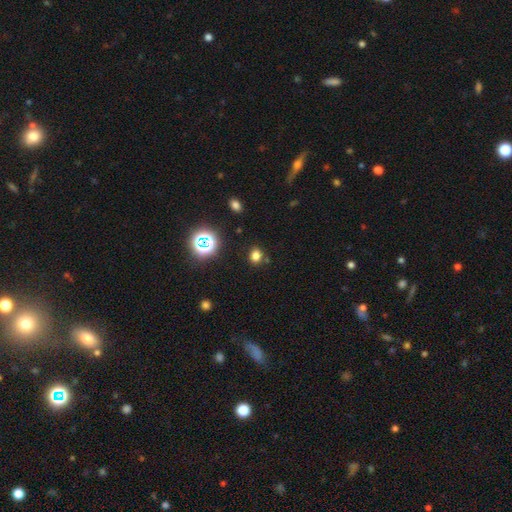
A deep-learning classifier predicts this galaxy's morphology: This appears to be a smooth galaxy with no disk features (72%) that is round (62%). Merging: none (82%).